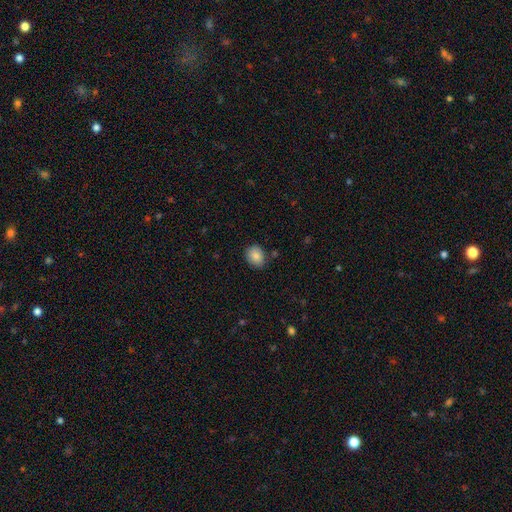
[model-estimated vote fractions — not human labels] The model was most divided on "how rounded": in between: 52%, round: 47%, cigar-shaped: 1%. More confident: smooth or featured — smooth (85%); merging — none (82%).